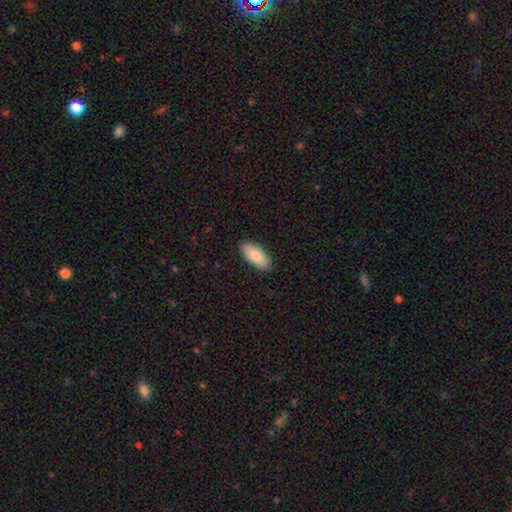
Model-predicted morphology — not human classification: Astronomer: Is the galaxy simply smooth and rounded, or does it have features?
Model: smooth — 86%.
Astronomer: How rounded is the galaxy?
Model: in between — 91%.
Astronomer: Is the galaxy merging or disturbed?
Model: none — 89%.